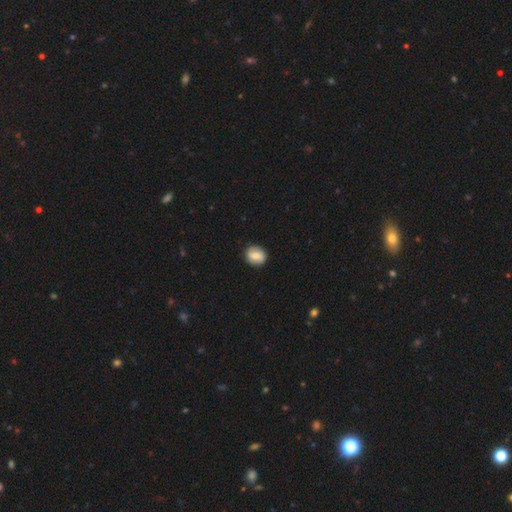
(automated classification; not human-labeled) Q: Smooth or featured?
A: smooth (60%); runner-up: featured or disk (33%)
Q: How rounded?
A: round (77%); runner-up: in between (21%)
Q: Merging?
A: none (88%); runner-up: minor disturbance (9%)